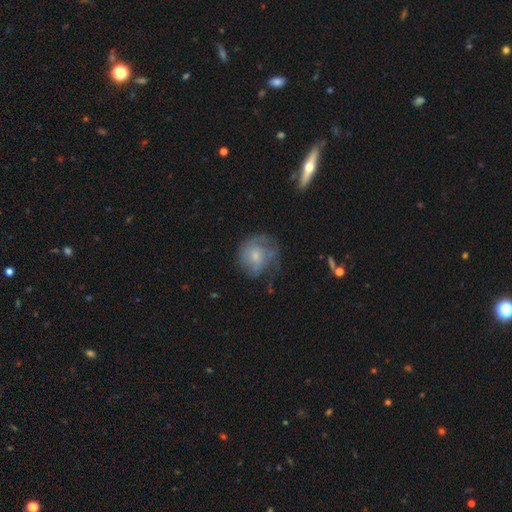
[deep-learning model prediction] Q: Smooth or featured?
A: smooth (50%); runner-up: featured or disk (42%)
Q: How rounded?
A: round (75%); runner-up: in between (24%)
Q: Merging?
A: none (42%); runner-up: minor disturbance (28%)